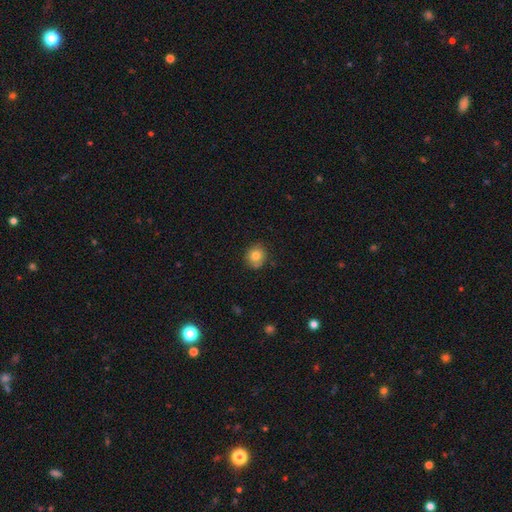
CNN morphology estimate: The model was most divided on "how rounded": round: 84%, in between: 15%, cigar-shaped: 1%. More confident: merging — none (83%); smooth or featured — smooth (80%).